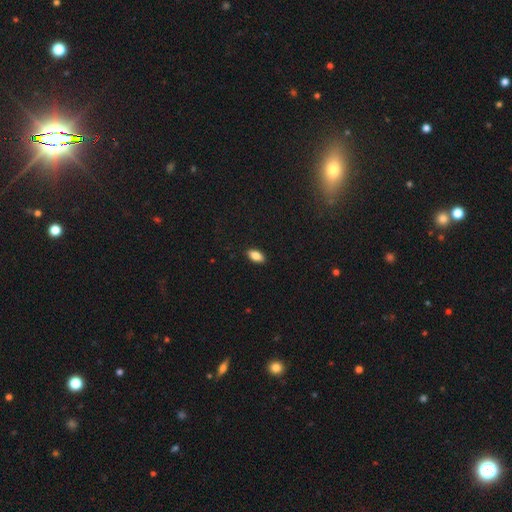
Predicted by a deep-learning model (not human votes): smooth-or-featured: smooth: 85% | star or artifact: 8% | featured or disk: 7%
  how-rounded: in between: 91% | cigar-shaped: 6% | round: 3%
  merging: none: 90% | minor disturbance: 8% | major disturbance: 2% | merger: 1%